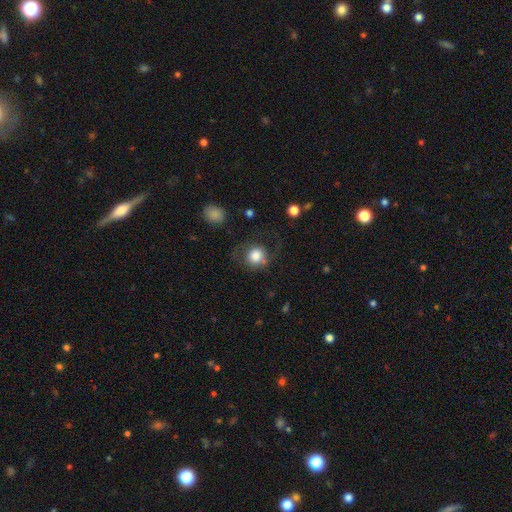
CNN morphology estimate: The model was most divided on "merging": none: 61%, minor disturbance: 19%, major disturbance: 17%, merger: 3%. More confident: how rounded — round (84%); smooth or featured — smooth (80%).